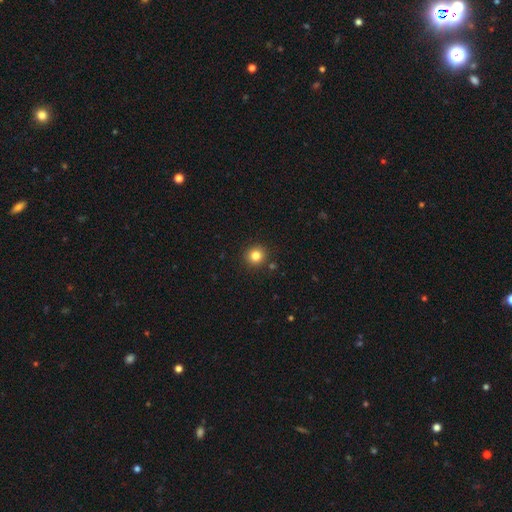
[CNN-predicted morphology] type=smooth (82%); roundness=round (93%); merging=none (90%).